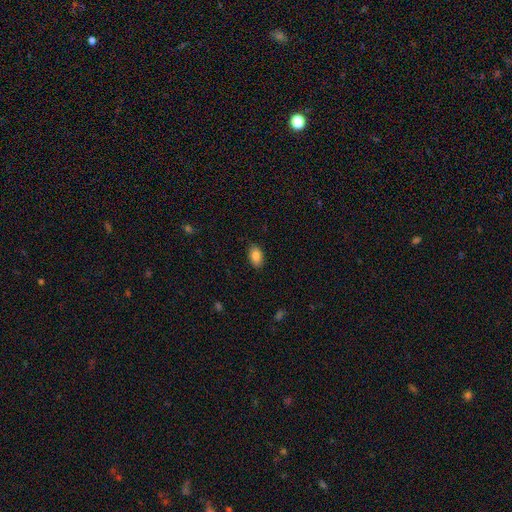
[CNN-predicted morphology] Smooth or featured? smooth (86%)
How rounded? in between (87%)
Merging? none (87%)